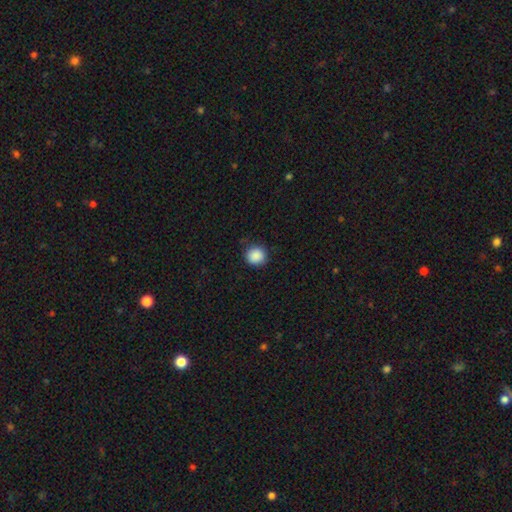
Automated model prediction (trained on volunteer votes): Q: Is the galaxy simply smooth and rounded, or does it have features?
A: smooth — 88%.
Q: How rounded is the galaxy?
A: round — 92%.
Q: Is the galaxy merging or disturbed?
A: none — 86%.